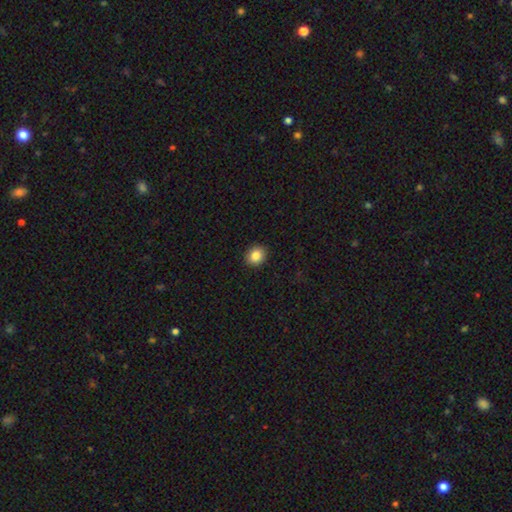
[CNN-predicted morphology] A smooth galaxy with no disk features (84%) that is round (71%).

Vote fractions:
- Smooth or featured? smooth: 84% / star or artifact: 10% / featured or disk: 6%
- How rounded? round: 71% / in between: 28% / cigar-shaped: 1%
- Merging? none: 92% / minor disturbance: 6% / major disturbance: 2% / merger: 1%